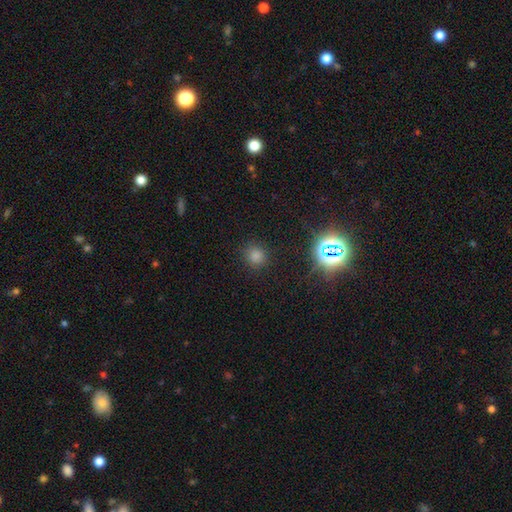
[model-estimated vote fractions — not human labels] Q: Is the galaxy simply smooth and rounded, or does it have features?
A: smooth — 69%.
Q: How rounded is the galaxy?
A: round — 89%.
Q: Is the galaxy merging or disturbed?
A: none — 88%.